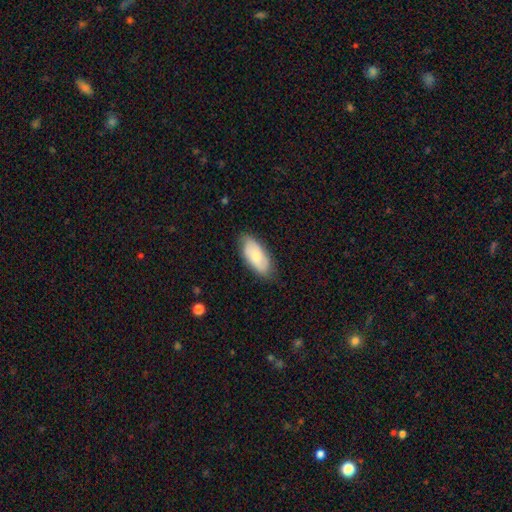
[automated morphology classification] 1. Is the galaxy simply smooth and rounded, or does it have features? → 69% smooth, 26% featured or disk, 6% star or artifact.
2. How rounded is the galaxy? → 91% in between, 7% cigar-shaped, 2% round.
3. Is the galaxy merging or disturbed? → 79% none, 17% minor disturbance, 3% major disturbance, 1% merger.